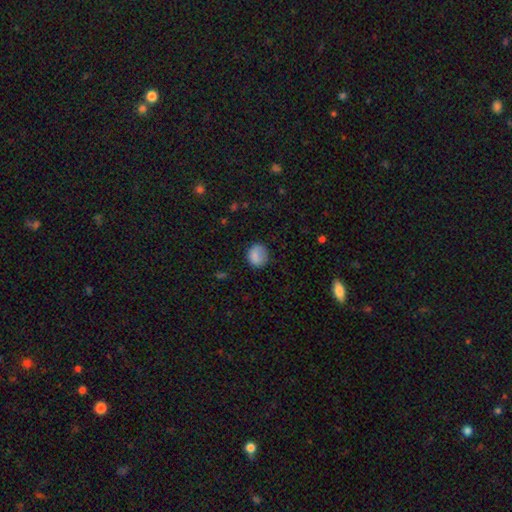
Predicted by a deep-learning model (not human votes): Morphology: type=smooth (84%); roundness=round (79%); merging=none (73%).